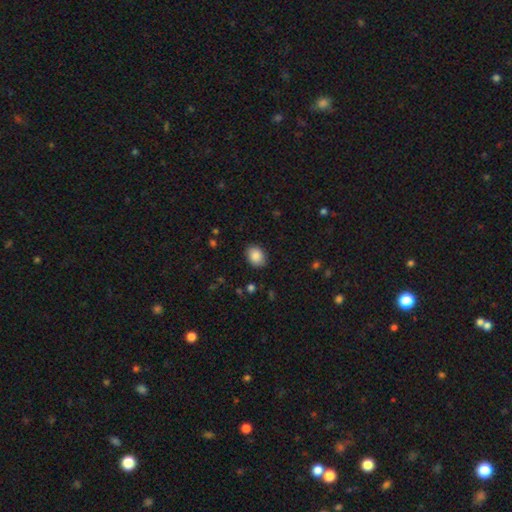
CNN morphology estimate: Smooth or featured? Predicted: smooth (p=0.88). How rounded? Predicted: in between (p=0.66). Merging? Predicted: none (p=0.87).